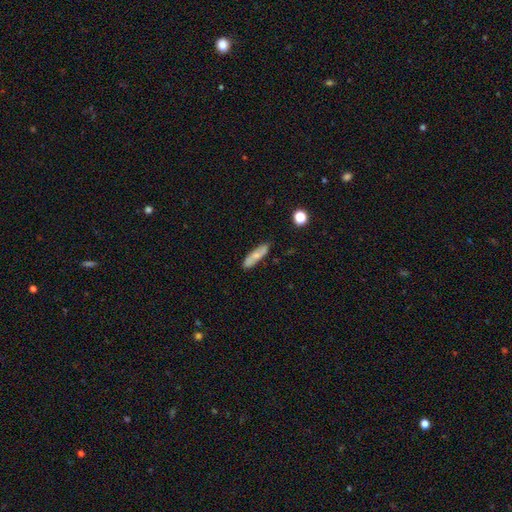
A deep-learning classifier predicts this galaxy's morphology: The model was most divided on "smooth or featured": smooth: 61%, featured or disk: 32%, star or artifact: 7%. More confident: merging — none (81%); how rounded — cigar-shaped (66%).